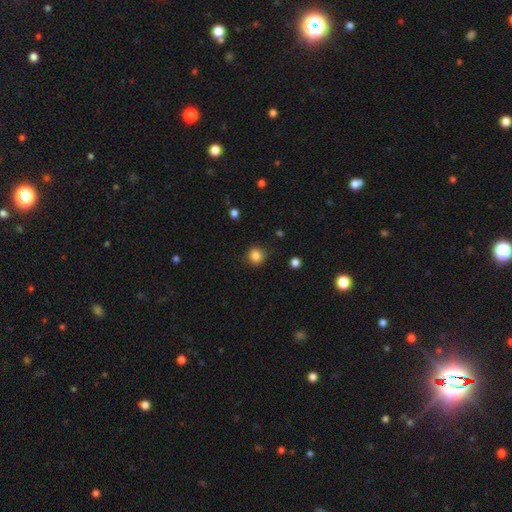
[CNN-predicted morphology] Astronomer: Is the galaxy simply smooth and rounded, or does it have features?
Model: smooth — 85%.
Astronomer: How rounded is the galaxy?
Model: round — 86%.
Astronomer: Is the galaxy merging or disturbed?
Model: none — 86%.